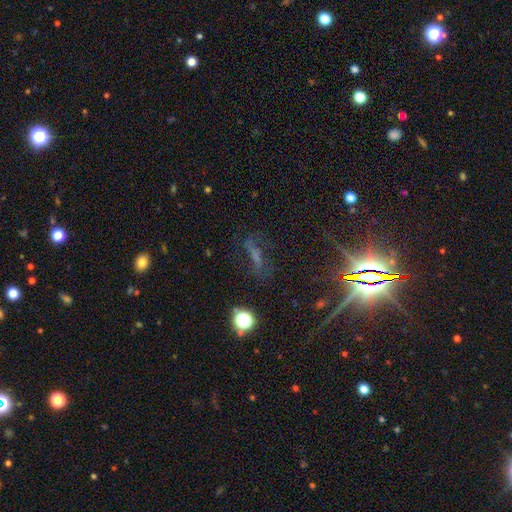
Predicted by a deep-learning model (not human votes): Smooth or featured?
  - featured or disk: 37% * (tied)
  - star or artifact: 37% * (tied)
  - smooth: 26%
Merging?
  - none: 62% *
  - minor disturbance: 19%
  - major disturbance: 15%
  - merger: 3%